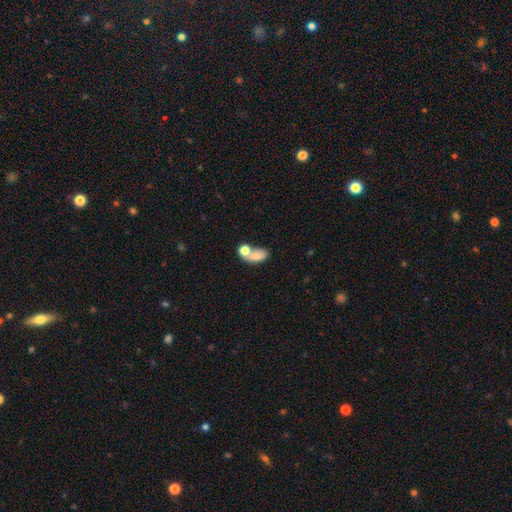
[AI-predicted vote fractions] Overall: smooth (72%). How rounded: in between (83%). Merging: merger (49%; none 28%).